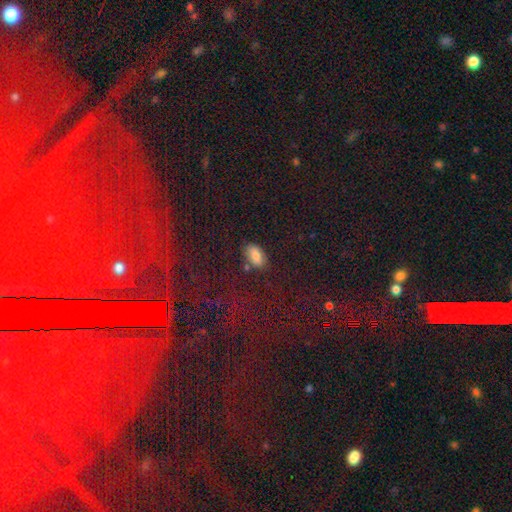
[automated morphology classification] Overall: smooth (76%). How rounded: in between (90%). Merging: none (77%).